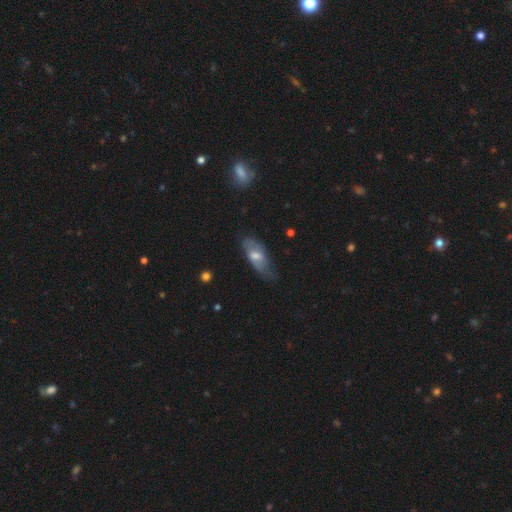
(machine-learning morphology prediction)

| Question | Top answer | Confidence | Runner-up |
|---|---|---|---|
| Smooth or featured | featured or disk | 48% | smooth (44%) |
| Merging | none | 57% | minor disturbance (29%) |